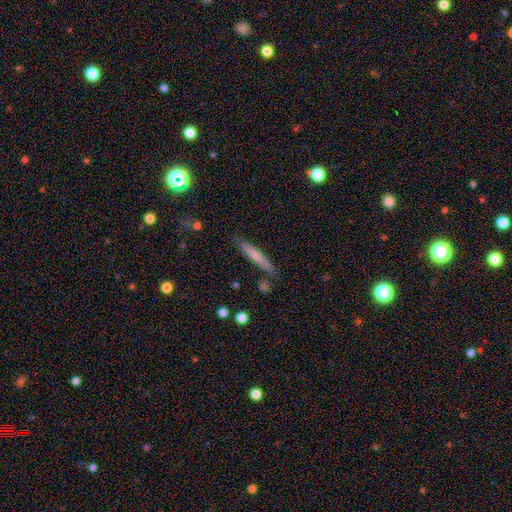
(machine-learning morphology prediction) This is likely a smooth galaxy (65%). How rounded: clearly cigar-shaped (93%). Merging: clearly none (82%).